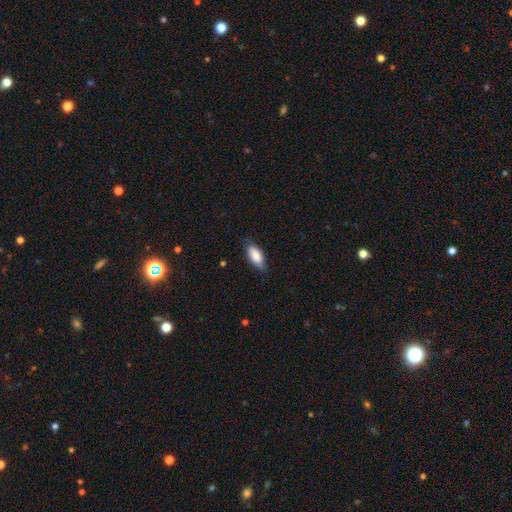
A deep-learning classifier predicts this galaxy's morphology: This is clearly a smooth galaxy (81%). How rounded: clearly in between (85%). Merging: likely none (76%).